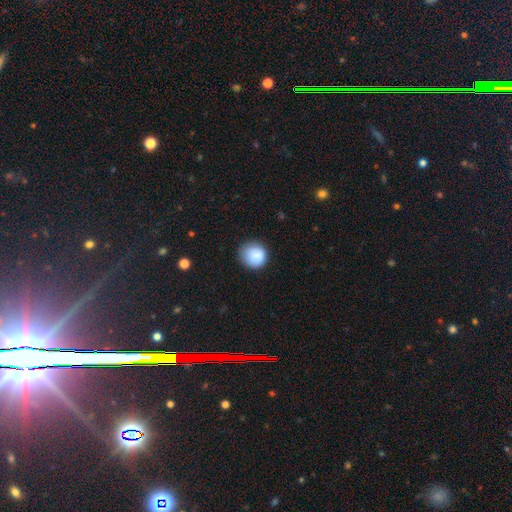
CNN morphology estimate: This appears to be a smooth galaxy with no disk features (87%) that is round (90%). Merging: none (78%).